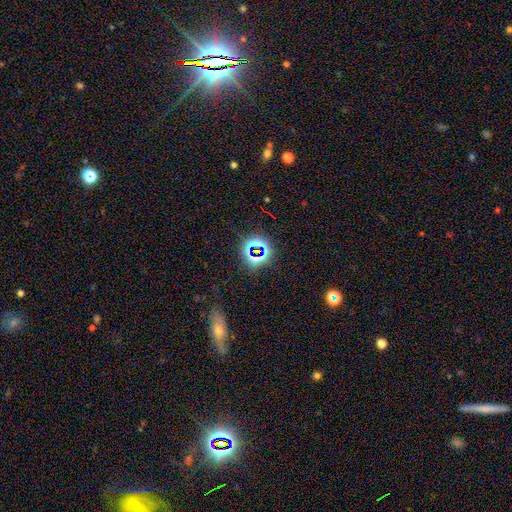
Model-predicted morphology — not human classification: Smooth or featured: star or artifact — 73% (smooth — 18%)